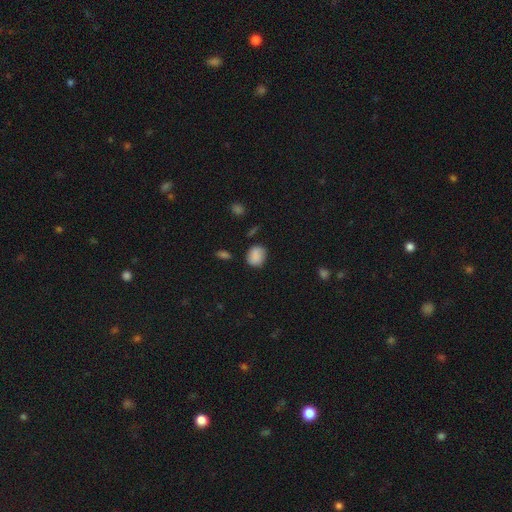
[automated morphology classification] Smooth or featured?
  - smooth: 85% *
  - star or artifact: 9%
  - featured or disk: 6%
How rounded?
  - round: 66% *
  - in between: 33%
  - cigar-shaped: 1%
Merging?
  - none: 75% *
  - minor disturbance: 18%
  - major disturbance: 4%
  - merger: 3%